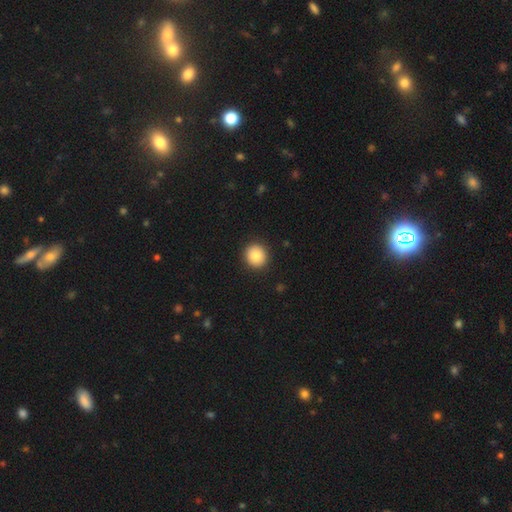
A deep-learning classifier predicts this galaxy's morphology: smooth_or_featured: smooth (p=0.84) [alt: star or artifact p=0.08]
how_rounded: round (p=0.92) [alt: in between p=0.07]
merging: none (p=0.92) [alt: minor disturbance p=0.05]